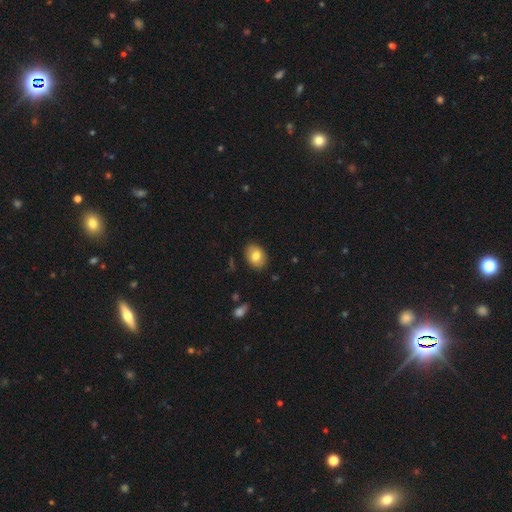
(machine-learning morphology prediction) smooth_or_featured: smooth (p=0.78) [alt: featured or disk p=0.14]
how_rounded: in between (p=0.71) [alt: round p=0.28]
merging: none (p=0.86) [alt: minor disturbance p=0.10]